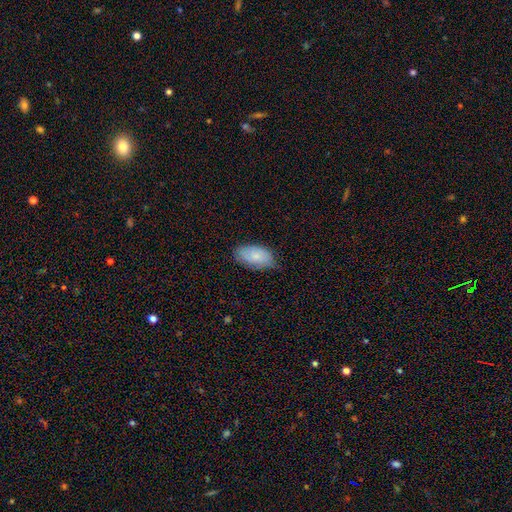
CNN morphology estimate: Overall: smooth (77%). How rounded: in between (94%). Merging: none (72%).